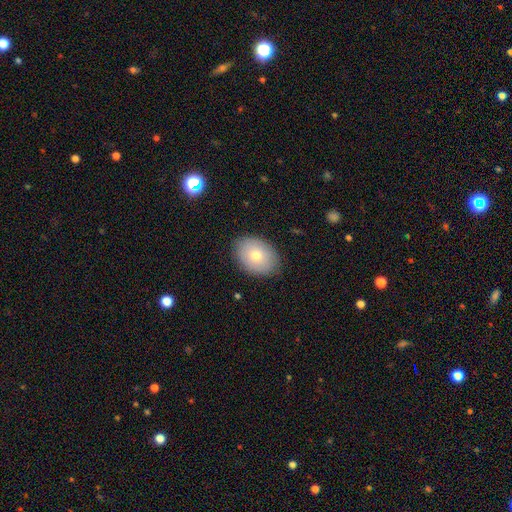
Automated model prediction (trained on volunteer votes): smooth 73%, featured or disk 19%, star or artifact 8%. Down the decision tree: how rounded — in between (75%); merging — none (87%).